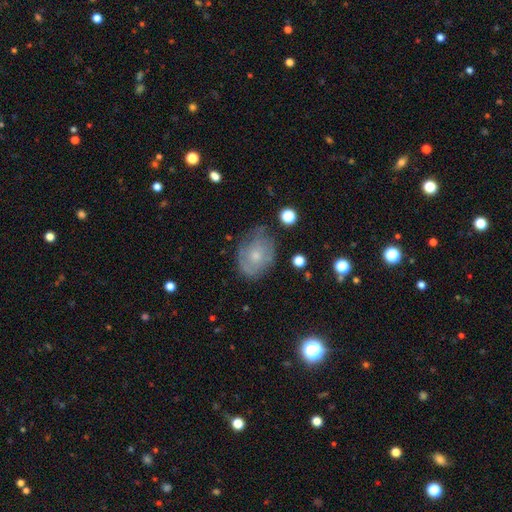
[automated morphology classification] smooth 47%, featured or disk 44%, star or artifact 9%. Down the decision tree: merging — none (58%).